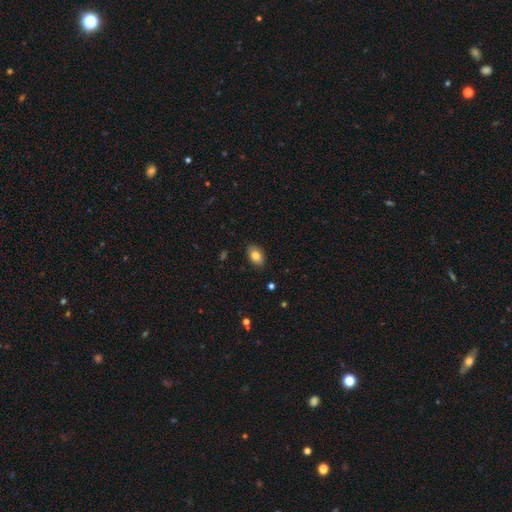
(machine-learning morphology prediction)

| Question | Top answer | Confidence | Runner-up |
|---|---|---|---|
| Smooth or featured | smooth | 81% | featured or disk (11%) |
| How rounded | in between | 86% | round (12%) |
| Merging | none | 87% | minor disturbance (10%) |